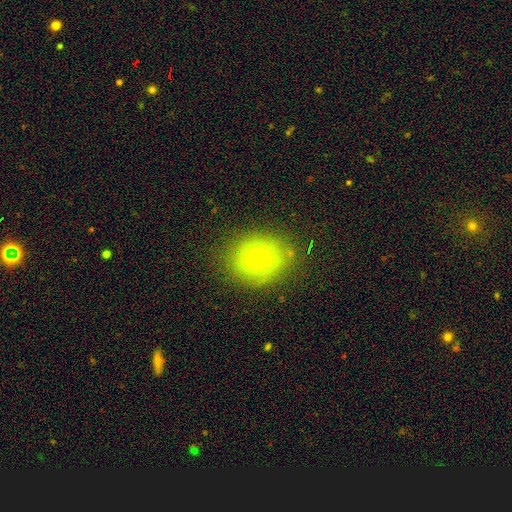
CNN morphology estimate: Smooth or featured? Predicted: smooth (p=0.67). How rounded? Predicted: round (p=0.57). Merging? Predicted: none (p=0.73).